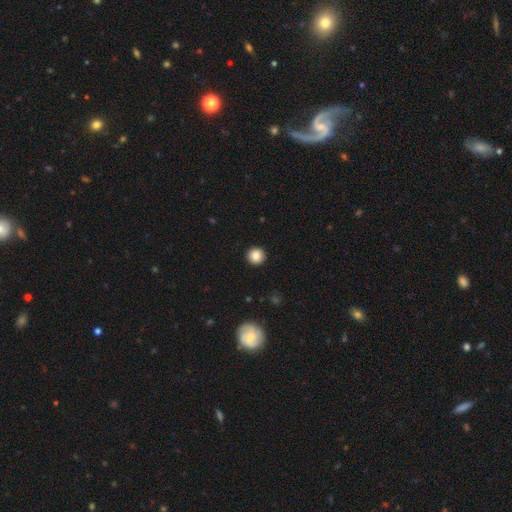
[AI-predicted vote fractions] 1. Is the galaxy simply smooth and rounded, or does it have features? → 85% smooth, 10% star or artifact, 5% featured or disk.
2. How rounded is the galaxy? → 95% round, 4% in between, 1% cigar-shaped.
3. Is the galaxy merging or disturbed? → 93% none, 4% minor disturbance, 1% major disturbance, 1% merger.